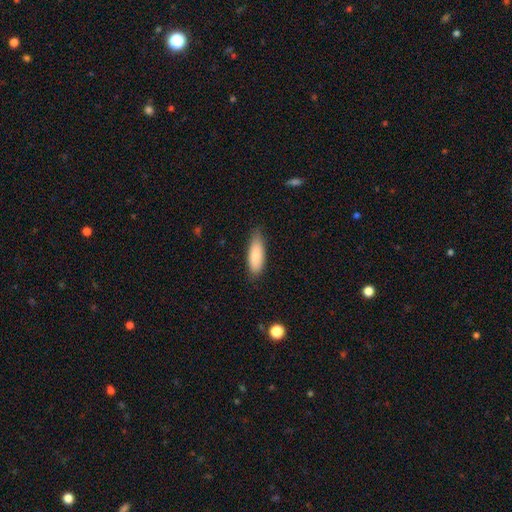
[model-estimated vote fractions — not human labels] Overall: smooth (83%). How rounded: in between (62%; cigar-shaped 37%). Merging: none (78%).